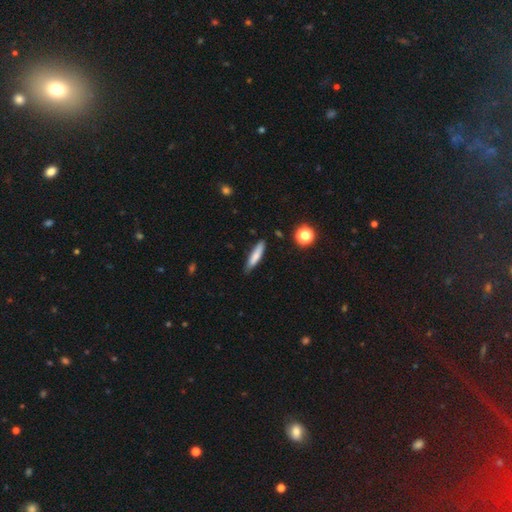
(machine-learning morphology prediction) Smooth or featured? Predicted: smooth (p=0.76). How rounded? Predicted: cigar-shaped (p=0.84). Merging? Predicted: none (p=0.82).